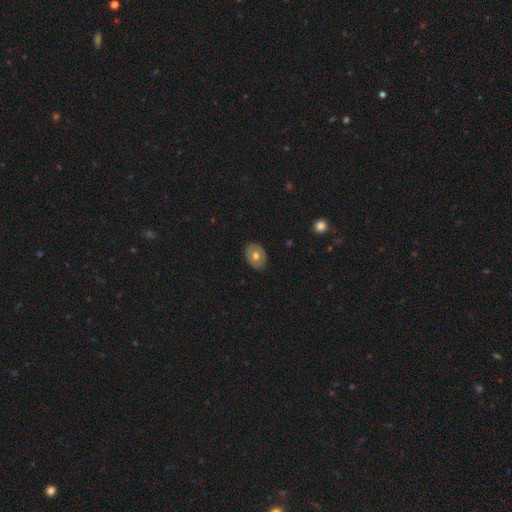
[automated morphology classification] smooth_or_featured: smooth (p=0.65) [alt: featured or disk p=0.28]
how_rounded: in between (p=0.68) [alt: round p=0.31]
merging: none (p=0.87) [alt: minor disturbance p=0.10]